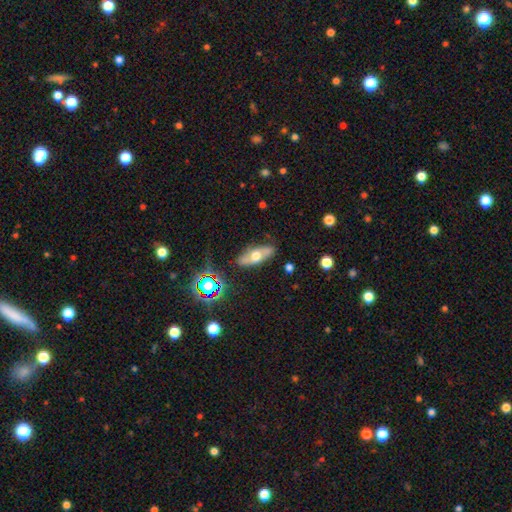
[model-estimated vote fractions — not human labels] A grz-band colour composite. It shows a smooth galaxy with no disk features (48%). Merging: none (77%).